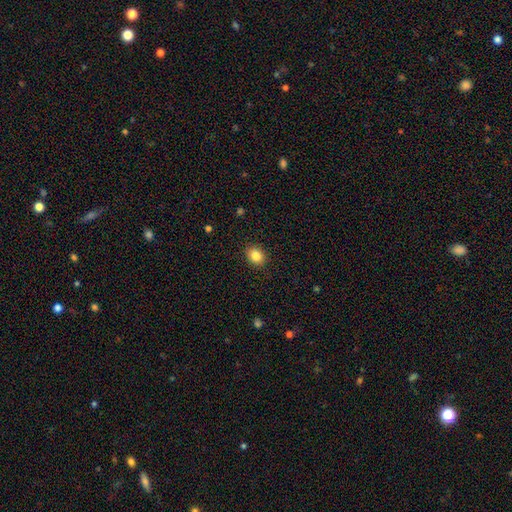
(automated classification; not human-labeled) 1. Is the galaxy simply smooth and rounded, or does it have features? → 85% smooth, 10% star or artifact, 5% featured or disk.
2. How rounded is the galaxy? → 54% round, 46% in between, 1% cigar-shaped.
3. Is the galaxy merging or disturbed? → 90% none, 7% minor disturbance, 2% major disturbance, 1% merger.